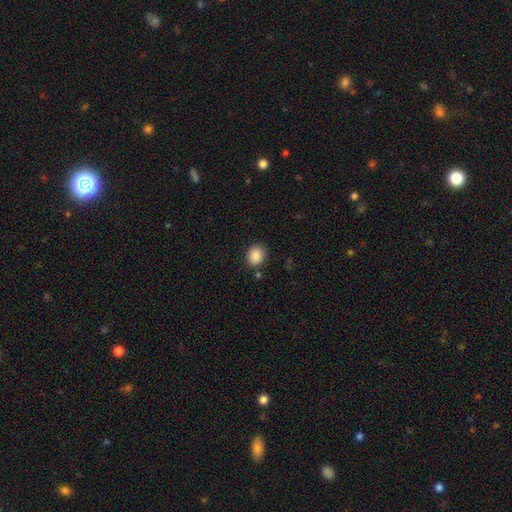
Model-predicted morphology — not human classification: A smooth galaxy with no disk features (88%) that is round (58%). Merging: none (83%).